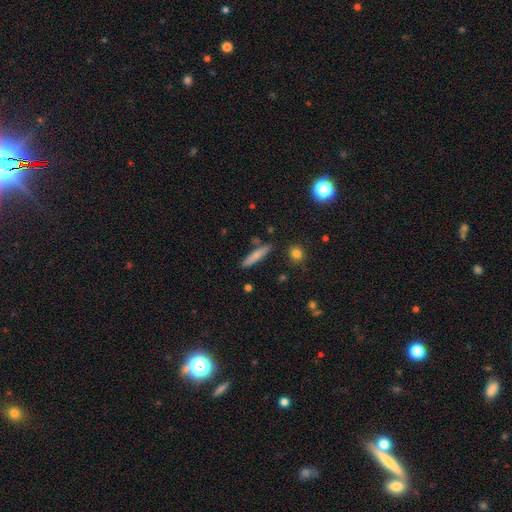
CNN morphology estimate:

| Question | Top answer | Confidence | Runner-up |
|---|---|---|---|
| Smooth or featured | smooth | 70% | featured or disk (23%) |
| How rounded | cigar-shaped | 89% | in between (9%) |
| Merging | none | 82% | minor disturbance (11%) |